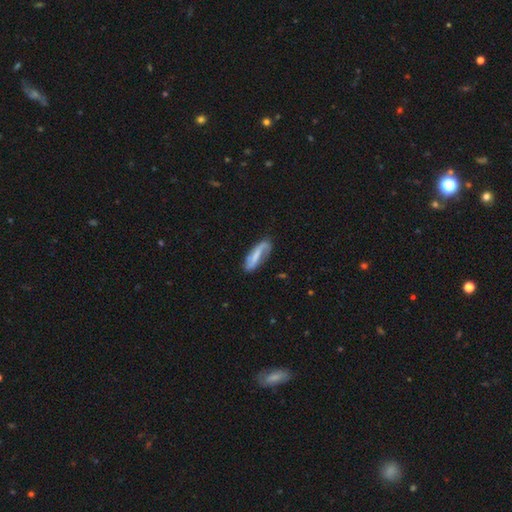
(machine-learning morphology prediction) A featured or disk galaxy (57%). Merging: none (64%).